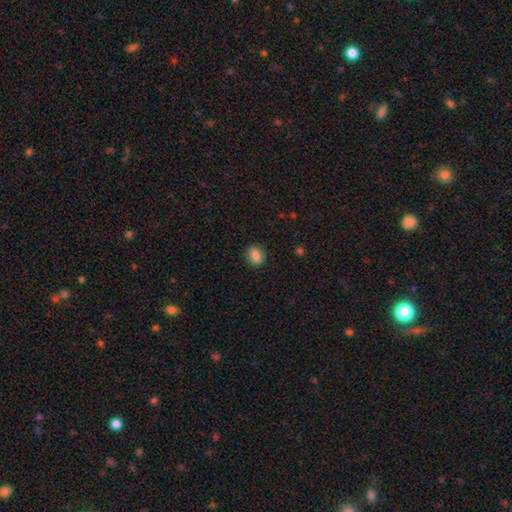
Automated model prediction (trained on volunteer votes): Morphology: type=smooth (81%); roundness=round (52%); merging=none (86%).